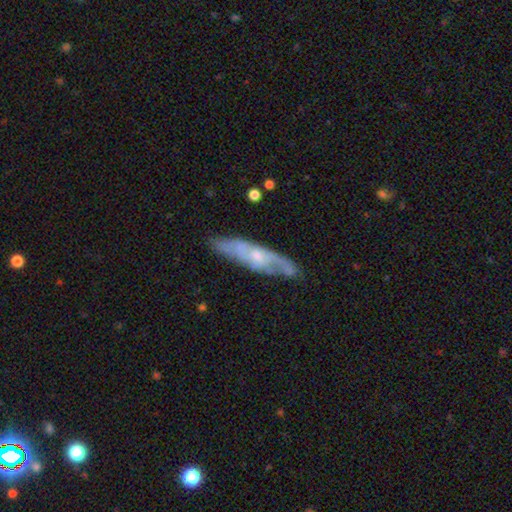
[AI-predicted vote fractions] smooth_or_featured: featured or disk (p=0.69) [alt: smooth p=0.25]
disk_edge_on: no (p=0.61) [alt: yes p=0.39]
merging: none (p=0.74) [alt: minor disturbance p=0.19]